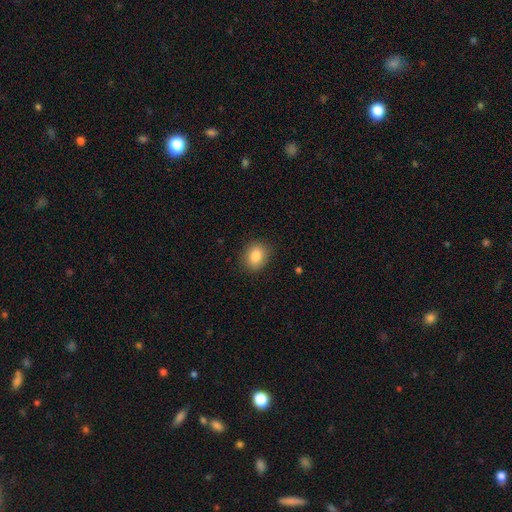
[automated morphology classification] Overall: smooth (86%). How rounded: round (50%; in between 49%). Merging: none (86%).